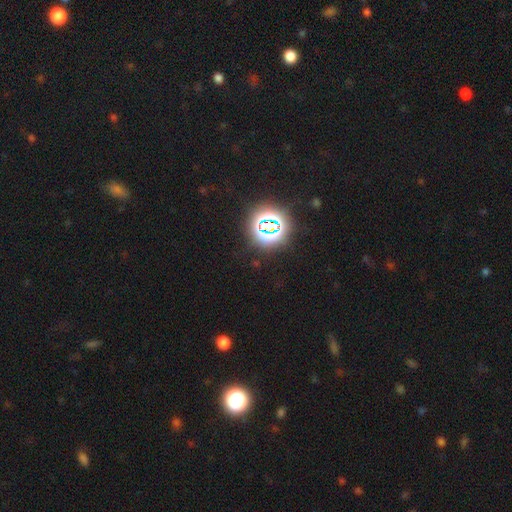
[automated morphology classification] Q: Smooth or featured?
A: star or artifact (80%); runner-up: smooth (14%)